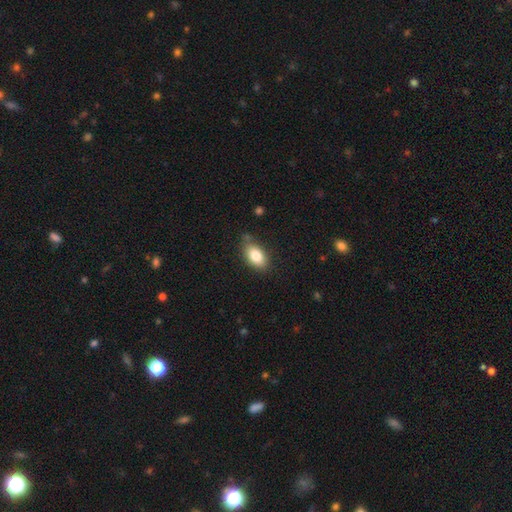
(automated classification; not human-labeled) smooth_or_featured: smooth (p=0.81) [alt: featured or disk p=0.11]
how_rounded: in between (p=0.90) [alt: round p=0.07]
merging: none (p=0.75) [alt: minor disturbance p=0.18]